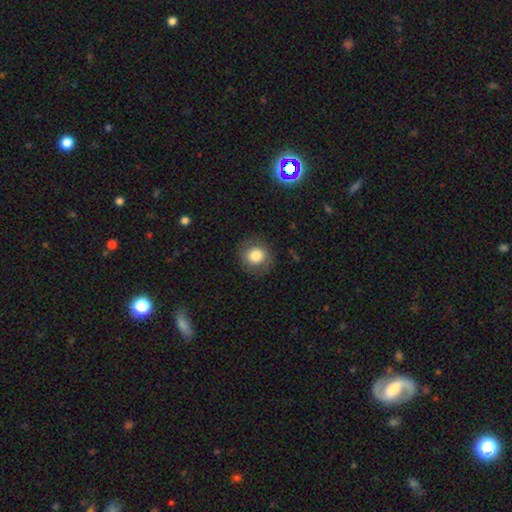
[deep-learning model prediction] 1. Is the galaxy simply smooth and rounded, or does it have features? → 80% smooth, 11% featured or disk, 9% star or artifact.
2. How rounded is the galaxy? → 88% round, 11% in between, 1% cigar-shaped.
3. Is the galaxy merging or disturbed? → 85% none, 10% minor disturbance, 4% major disturbance, 1% merger.